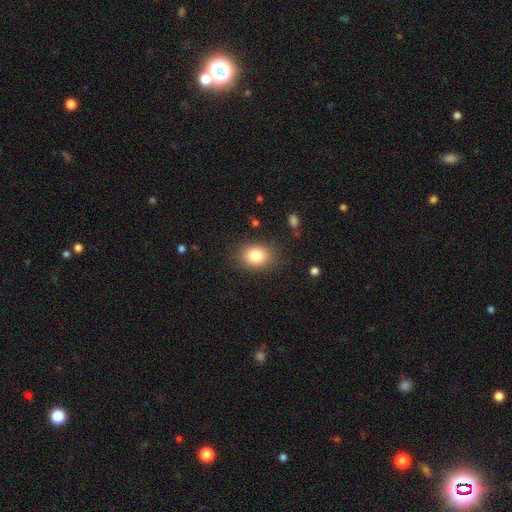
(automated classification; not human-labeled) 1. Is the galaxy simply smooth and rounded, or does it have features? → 82% smooth, 10% star or artifact, 8% featured or disk.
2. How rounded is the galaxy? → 58% in between, 41% round, 1% cigar-shaped.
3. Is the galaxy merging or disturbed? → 84% none, 11% minor disturbance, 4% major disturbance, 1% merger.